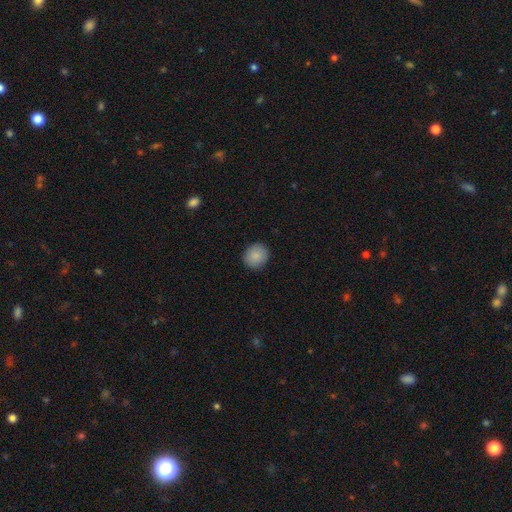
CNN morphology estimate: smooth_or_featured: smooth (p=0.88) [alt: star or artifact p=0.08]
how_rounded: round (p=0.86) [alt: in between p=0.13]
merging: none (p=0.90) [alt: minor disturbance p=0.07]